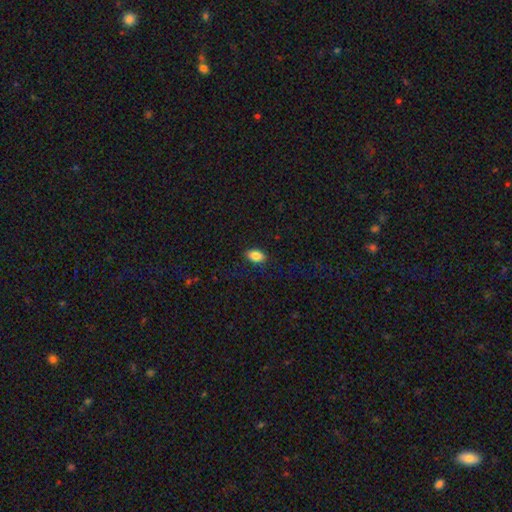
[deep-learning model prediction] Smooth or featured? smooth (87%)
How rounded? in between (91%)
Merging? none (87%)